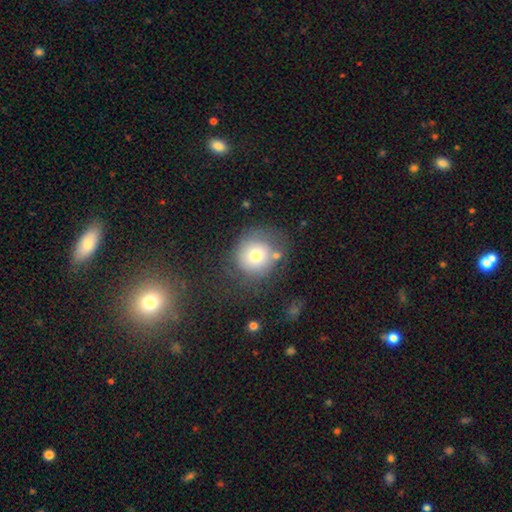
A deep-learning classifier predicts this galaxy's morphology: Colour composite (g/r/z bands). It shows a smooth galaxy with no disk features (69%) that is round (87%). Merging: none (58%).